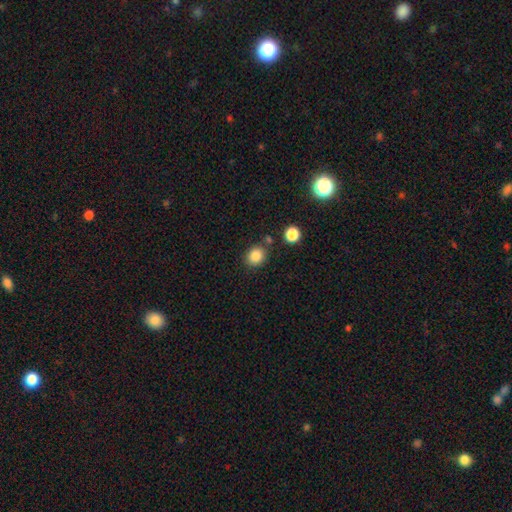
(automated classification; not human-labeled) A smooth galaxy with no disk features (84%) that is round (72%). Merging: none (79%).